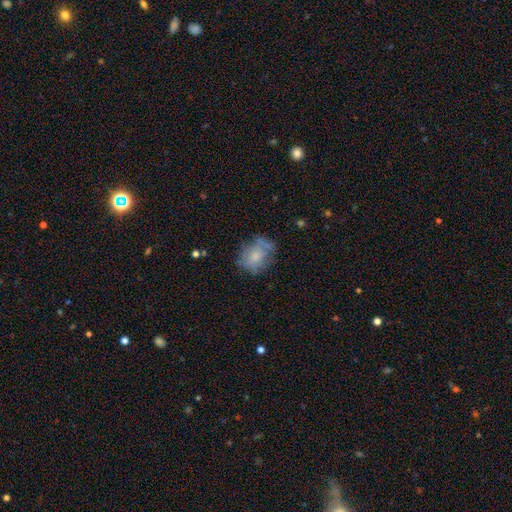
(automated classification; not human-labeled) Smooth or featured? Predicted: smooth (p=0.58). How rounded? Predicted: in between (p=0.55). Merging? Predicted: none (p=0.53).